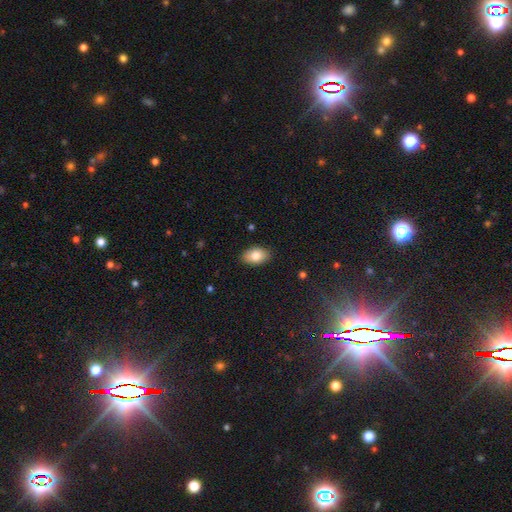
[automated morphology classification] The model was most divided on "smooth or featured": smooth: 81%, featured or disk: 12%, star or artifact: 7%. More confident: how rounded — in between (90%); merging — none (87%).